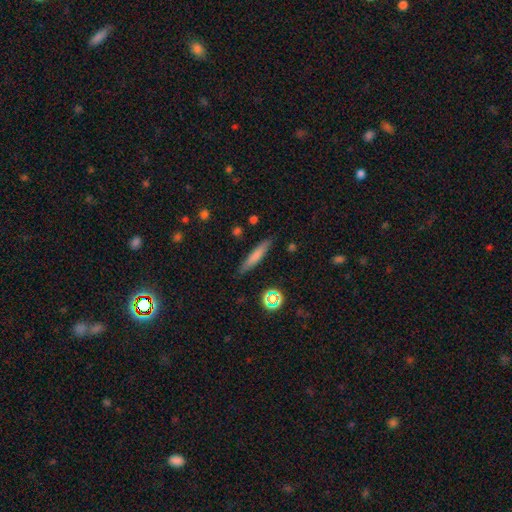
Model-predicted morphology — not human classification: Overall: smooth (69%). How rounded: cigar-shaped (88%). Merging: none (85%).